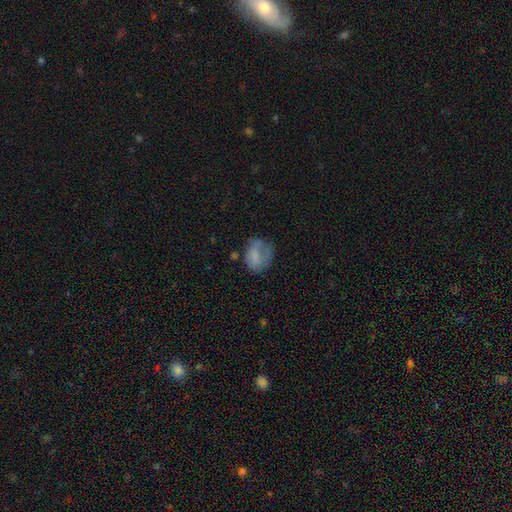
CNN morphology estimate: A smooth galaxy with no disk features (64%) that is round (50%).

Vote fractions:
- Smooth or featured? smooth: 64% / featured or disk: 26% / star or artifact: 11%
- How rounded? round: 50% / in between: 49% / cigar-shaped: 1%
- Merging? none: 40% / major disturbance: 28% / minor disturbance: 28% / merger: 4%